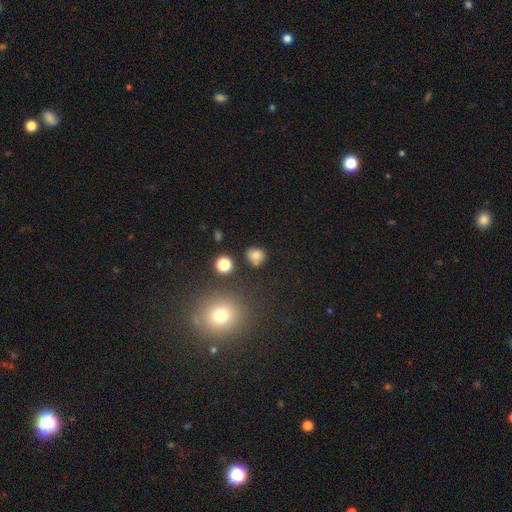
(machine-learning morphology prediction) This appears to be a smooth galaxy with no disk features (76%) that is round (70%). Merging: none (70%).